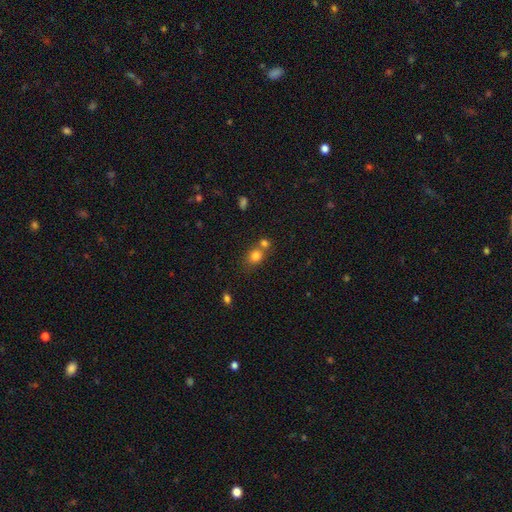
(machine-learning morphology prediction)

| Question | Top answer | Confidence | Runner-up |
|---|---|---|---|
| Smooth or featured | smooth | 80% | star or artifact (13%) |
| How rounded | round | 65% | in between (34%) |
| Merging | none | 50% | merger (36%) |